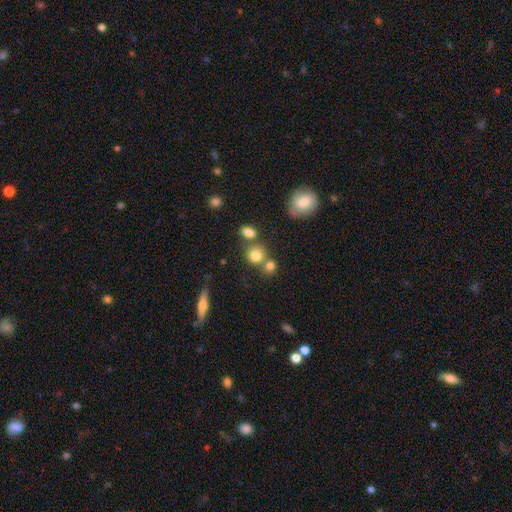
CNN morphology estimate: Overall: smooth (79%). How rounded: round (82%). Merging: none (57%; merger 29%).